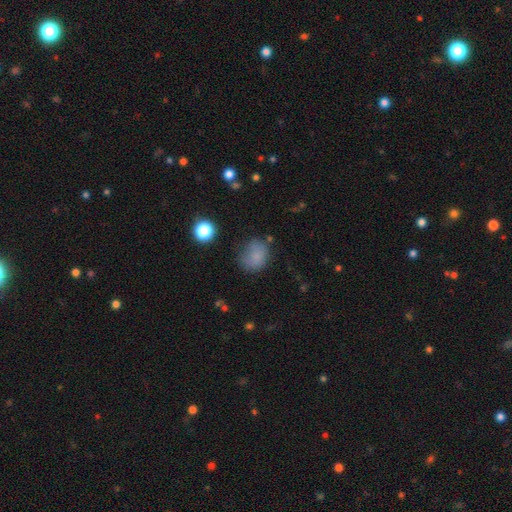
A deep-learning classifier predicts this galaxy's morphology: This is likely a smooth galaxy (78%). How rounded: possibly round (59%). Merging: possibly none (56%).